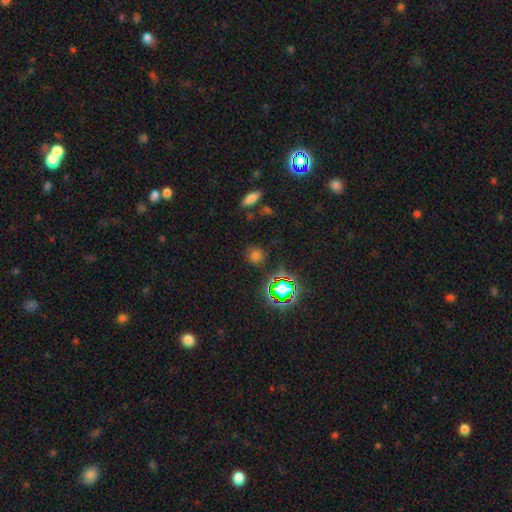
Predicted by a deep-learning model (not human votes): smooth 64%, star or artifact 29%, featured or disk 7%. Down the decision tree: how rounded — round (85%); merging — none (82%).